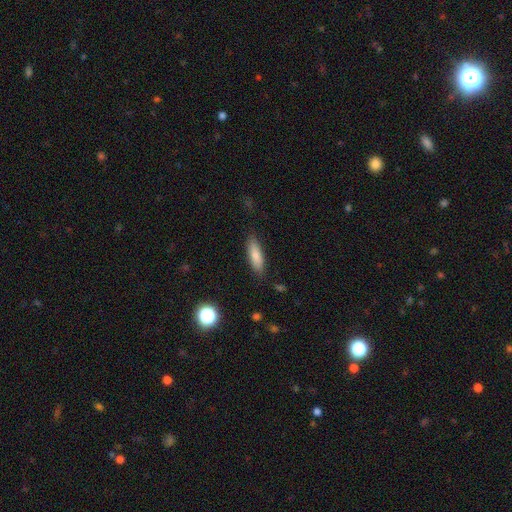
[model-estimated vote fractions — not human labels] Smooth or featured?
  - smooth: 82% *
  - featured or disk: 11%
  - star or artifact: 7%
How rounded?
  - cigar-shaped: 54% *
  - in between: 45%
  - round: 2%
Merging?
  - none: 84% *
  - minor disturbance: 12%
  - major disturbance: 3%
  - merger: 1%